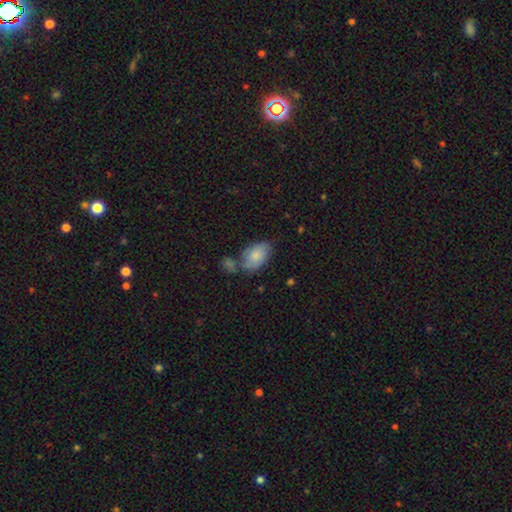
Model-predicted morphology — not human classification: Smooth or featured?
  - smooth: 76% *
  - featured or disk: 18%
  - star or artifact: 7%
How rounded?
  - in between: 89% *
  - round: 9%
  - cigar-shaped: 1%
Merging?
  - none: 46% *
  - minor disturbance: 23%
  - merger: 22%
  - major disturbance: 10%